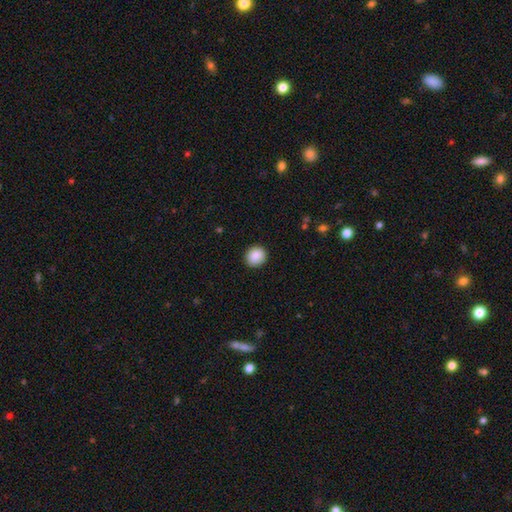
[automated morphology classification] smooth_or_featured: smooth (p=0.89) [alt: star or artifact p=0.08]
how_rounded: round (p=0.85) [alt: in between p=0.14]
merging: none (p=0.91) [alt: minor disturbance p=0.07]